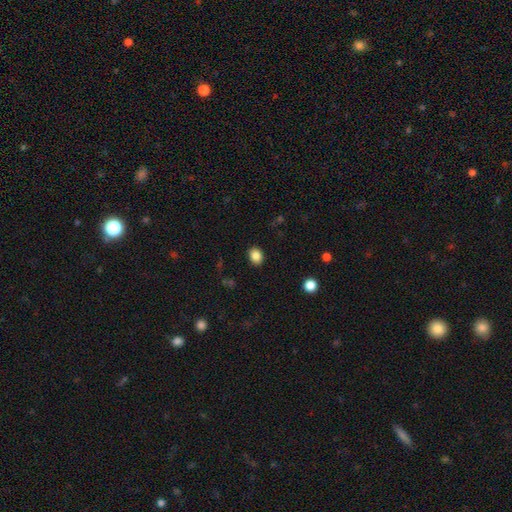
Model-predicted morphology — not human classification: Q: Smooth or featured?
A: smooth (86%); runner-up: star or artifact (10%)
Q: How rounded?
A: in between (55%); runner-up: round (45%)
Q: Merging?
A: none (89%); runner-up: minor disturbance (8%)